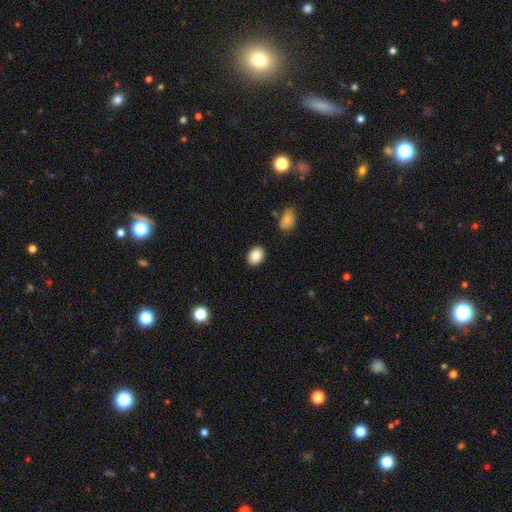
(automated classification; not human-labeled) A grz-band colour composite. It shows a smooth galaxy with no disk features (86%) that is in between round and cigar-shaped (61%). Merging: none (88%).